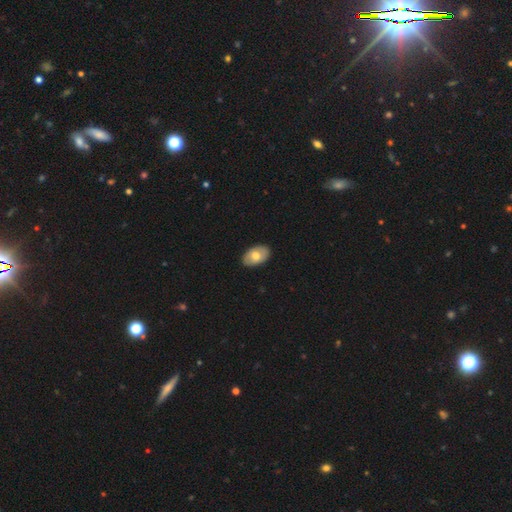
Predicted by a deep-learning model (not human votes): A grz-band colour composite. It shows a smooth galaxy with no disk features (67%) that is in between round and cigar-shaped (92%). Merging: none (88%).